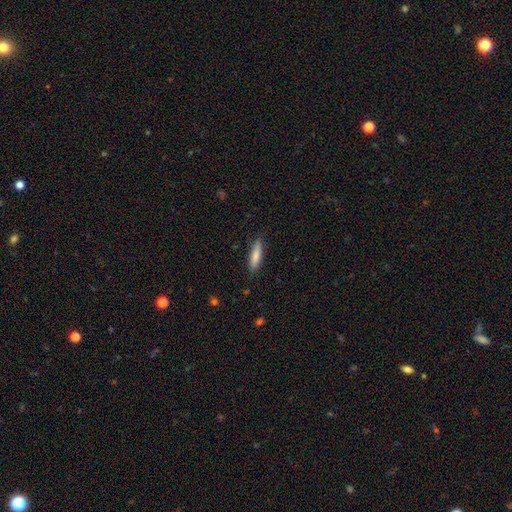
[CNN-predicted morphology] smooth 81%, featured or disk 13%, star or artifact 6%. Down the decision tree: how rounded — cigar-shaped (71%); merging — none (84%).